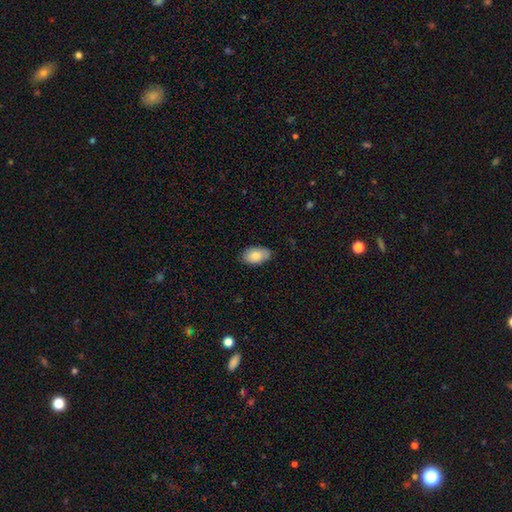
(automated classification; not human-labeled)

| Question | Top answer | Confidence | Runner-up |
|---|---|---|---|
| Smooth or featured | smooth | 82% | featured or disk (12%) |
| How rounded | in between | 93% | round (5%) |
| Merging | none | 82% | minor disturbance (15%) |